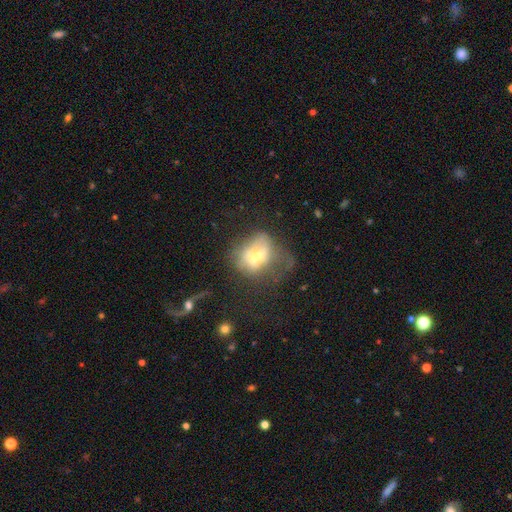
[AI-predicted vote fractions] Smooth or featured: smooth — 49% (featured or disk — 38%)
Merging: major disturbance — 38% (none — 32%)